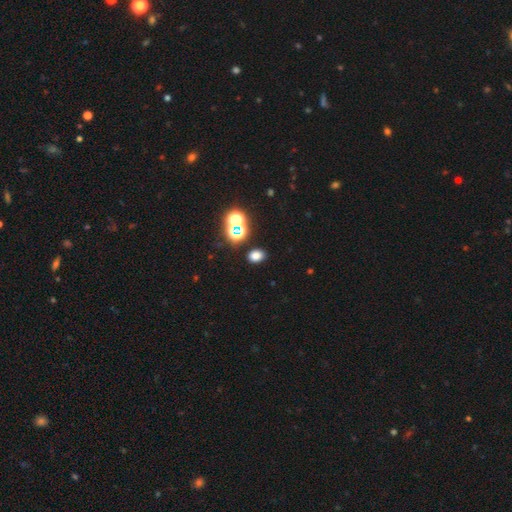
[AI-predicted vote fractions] Smooth or featured? Predicted: smooth (p=0.74). How rounded? Predicted: in between (p=0.65). Merging? Predicted: none (p=0.86).